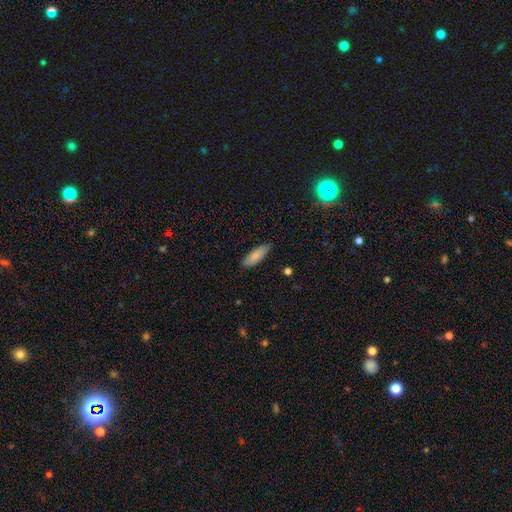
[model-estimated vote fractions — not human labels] Smooth or featured? smooth (84%)
How rounded? in between (60%)
Merging? none (79%)